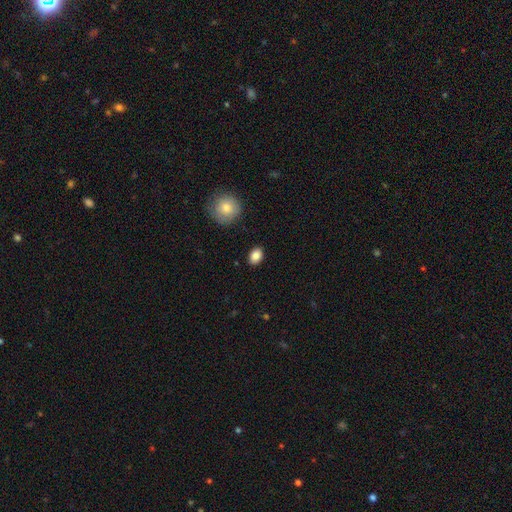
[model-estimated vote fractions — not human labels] Smooth or featured? Predicted: smooth (p=0.86). How rounded? Predicted: in between (p=0.69). Merging? Predicted: none (p=0.88).